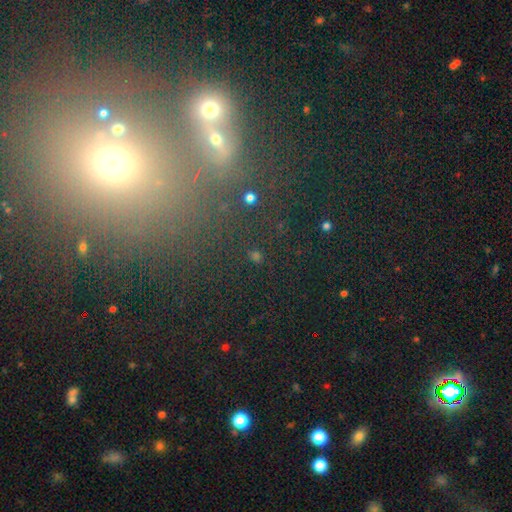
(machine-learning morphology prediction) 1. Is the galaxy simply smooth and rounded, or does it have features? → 51% star or artifact, 32% smooth, 16% featured or disk.